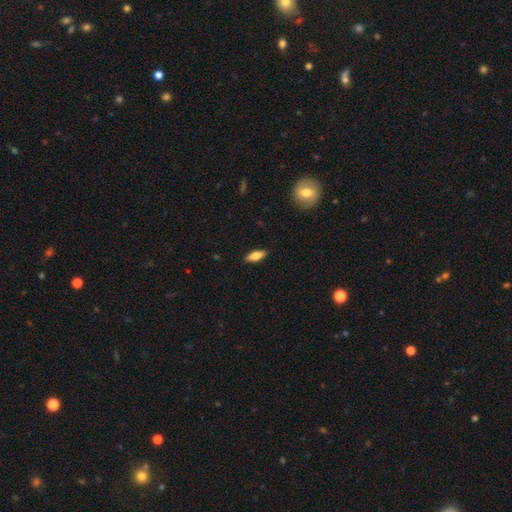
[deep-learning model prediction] Morphology: type=smooth (68%); roundness=in between (73%); merging=none (88%).